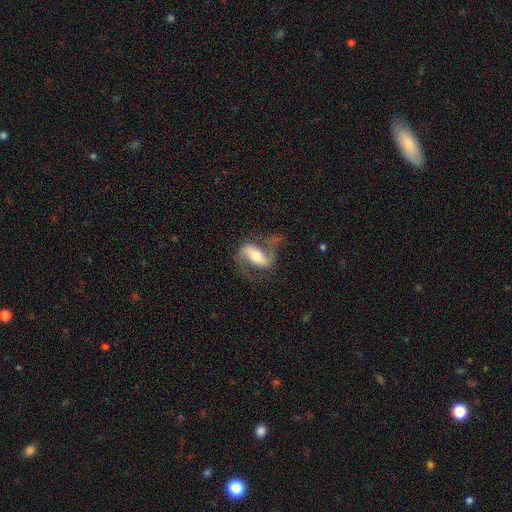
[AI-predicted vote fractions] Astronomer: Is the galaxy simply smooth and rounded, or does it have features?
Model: featured or disk — 81%.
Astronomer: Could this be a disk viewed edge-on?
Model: no — 93%.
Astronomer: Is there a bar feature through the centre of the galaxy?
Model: strong — 49% (runner-up: weak, 30%).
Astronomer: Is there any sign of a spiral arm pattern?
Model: yes — 93%.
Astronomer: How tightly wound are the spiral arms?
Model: loose — 52% (runner-up: medium, 37%).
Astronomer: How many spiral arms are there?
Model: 2 — 90%.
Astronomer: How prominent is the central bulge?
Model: moderate — 61%.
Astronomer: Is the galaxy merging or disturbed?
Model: none — 60%.